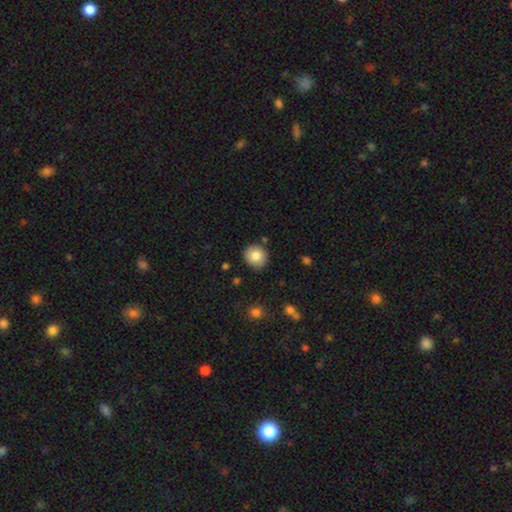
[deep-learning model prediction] The model was most divided on "smooth or featured": smooth: 83%, star or artifact: 9%, featured or disk: 8%. More confident: how rounded — round (89%); merging — none (87%).